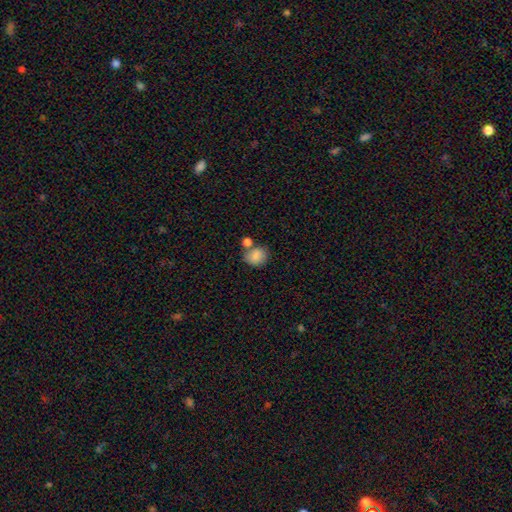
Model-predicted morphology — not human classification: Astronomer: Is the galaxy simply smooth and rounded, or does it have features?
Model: smooth — 84%.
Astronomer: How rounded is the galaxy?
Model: round — 69%.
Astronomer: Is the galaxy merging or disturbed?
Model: none — 58%.